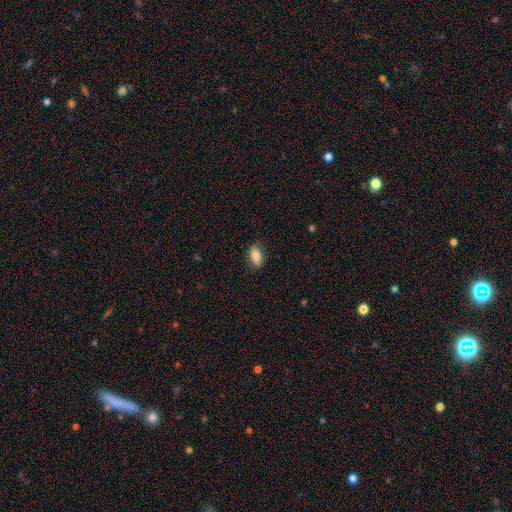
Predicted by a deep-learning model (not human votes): smooth 81%, featured or disk 12%, star or artifact 7%. Down the decision tree: how rounded — in between (86%); merging — none (83%).